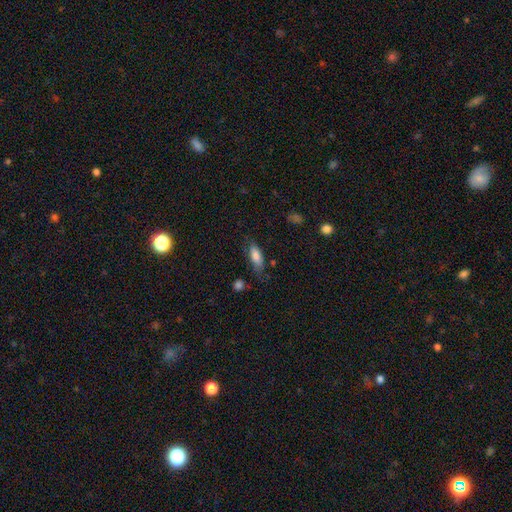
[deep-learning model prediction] smooth 80%, featured or disk 13%, star or artifact 7%. Down the decision tree: how rounded — in between (72%); merging — none (66%).